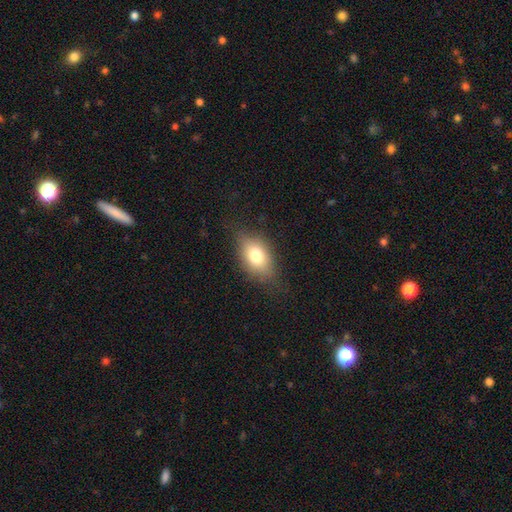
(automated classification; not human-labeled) Smooth or featured?
  - smooth: 73% *
  - featured or disk: 17%
  - star or artifact: 10%
How rounded?
  - in between: 81% *
  - round: 15%
  - cigar-shaped: 4%
Merging?
  - none: 75% *
  - minor disturbance: 18%
  - major disturbance: 6%
  - merger: 1%